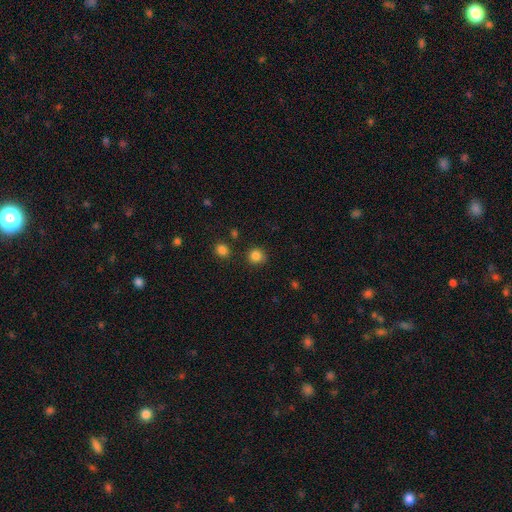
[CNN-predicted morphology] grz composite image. It shows a smooth galaxy with no disk features (84%) that is round (90%). Merging: none (85%).